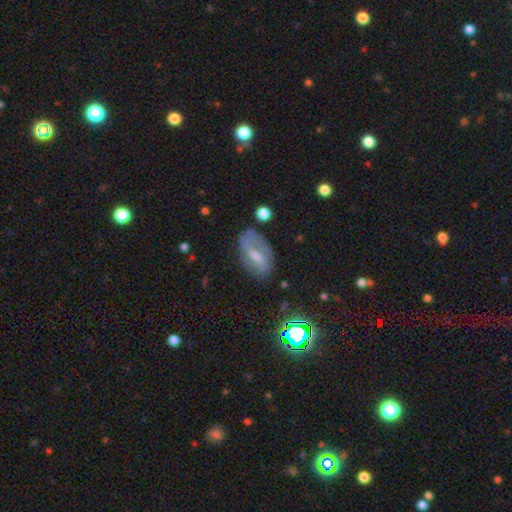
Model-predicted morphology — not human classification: smooth_or_featured: featured or disk (p=0.50) [alt: smooth p=0.35]
merging: none (p=0.65) [alt: minor disturbance p=0.23]